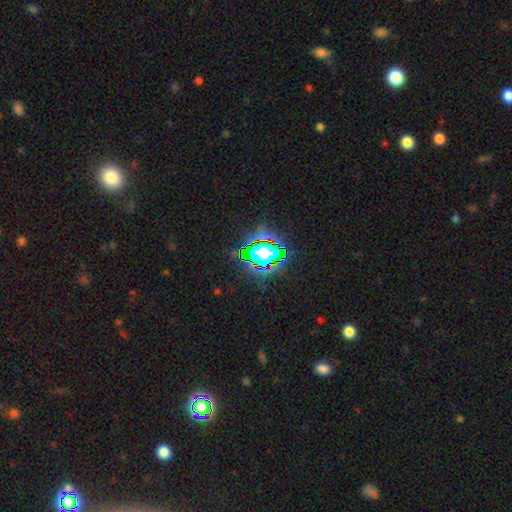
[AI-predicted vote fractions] A star or artifact, not a galaxy (82%).